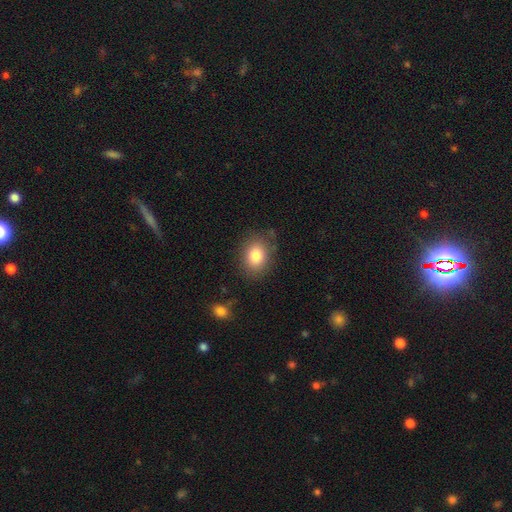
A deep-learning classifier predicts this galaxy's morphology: Q: Smooth or featured?
A: smooth (83%); runner-up: star or artifact (9%)
Q: How rounded?
A: in between (56%); runner-up: round (43%)
Q: Merging?
A: none (82%); runner-up: minor disturbance (12%)